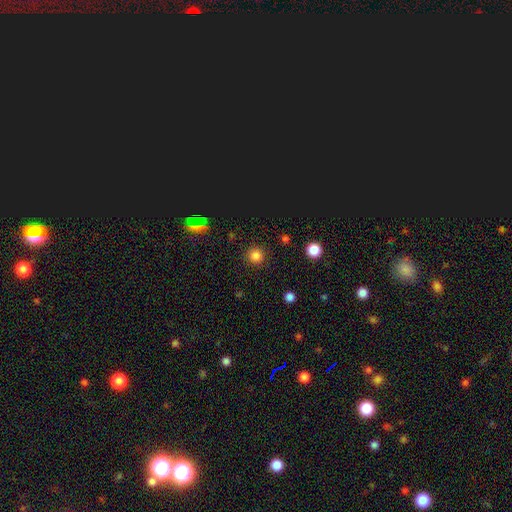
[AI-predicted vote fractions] Smooth or featured? Predicted: smooth (p=0.79). How rounded? Predicted: round (p=0.95). Merging? Predicted: none (p=0.91).